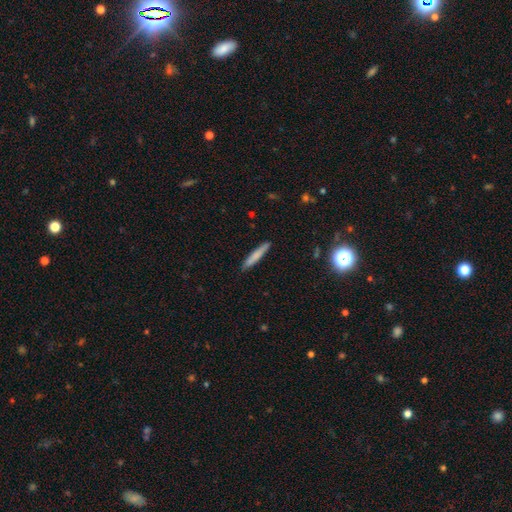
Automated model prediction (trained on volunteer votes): Smooth or featured? Predicted: smooth (p=0.76). How rounded? Predicted: cigar-shaped (p=0.94). Merging? Predicted: none (p=0.89).